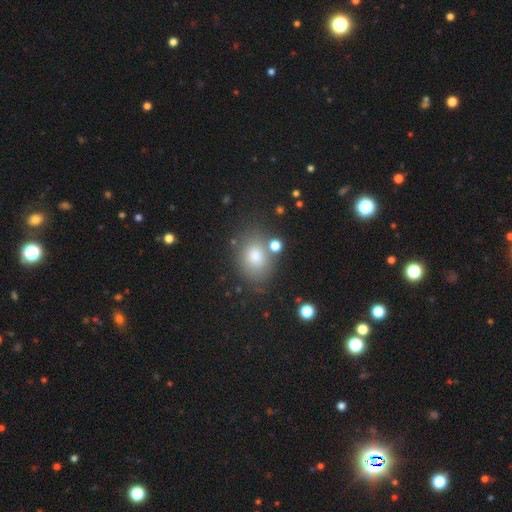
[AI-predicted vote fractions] Smooth or featured?
  - smooth: 77% *
  - star or artifact: 12%
  - featured or disk: 11%
How rounded?
  - in between: 69% *
  - round: 29%
  - cigar-shaped: 1%
Merging?
  - none: 73% *
  - minor disturbance: 14%
  - merger: 8%
  - major disturbance: 5%